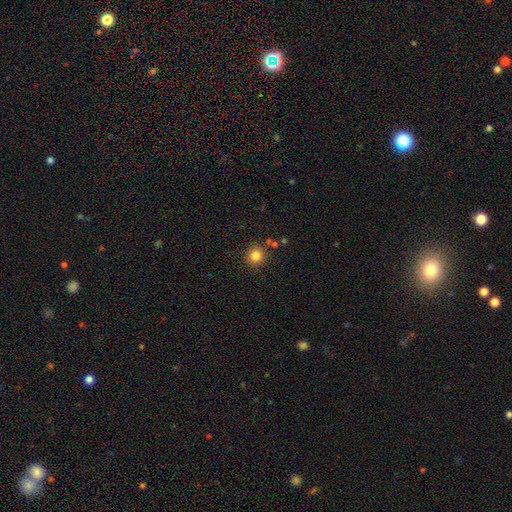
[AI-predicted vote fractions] A smooth galaxy with no disk features (83%) that is round (91%). Merging: none (84%).